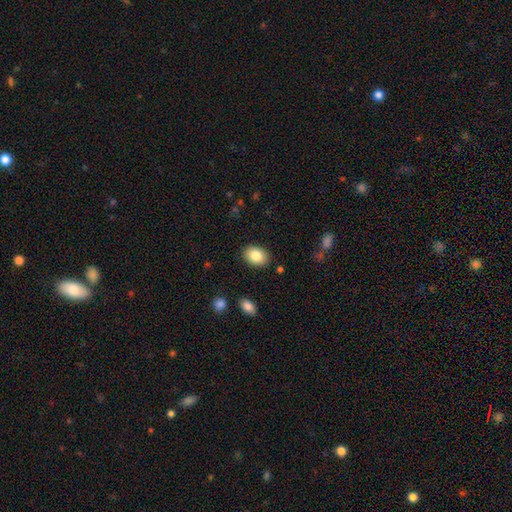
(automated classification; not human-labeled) This appears to be a smooth galaxy with no disk features (84%) that is in between round and cigar-shaped (77%). Merging: none (88%).